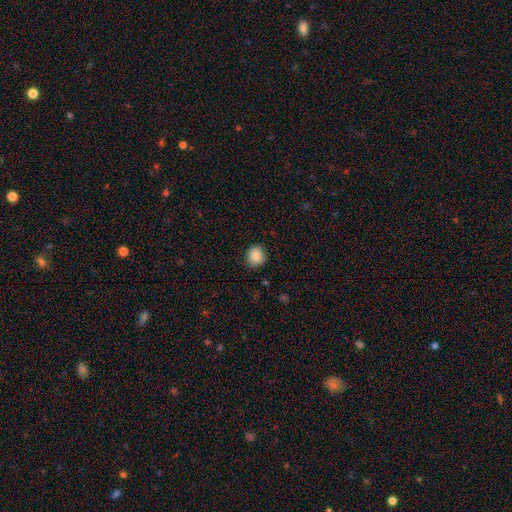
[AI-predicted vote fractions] Morphology: type=smooth (85%); roundness=round (87%); merging=none (87%).